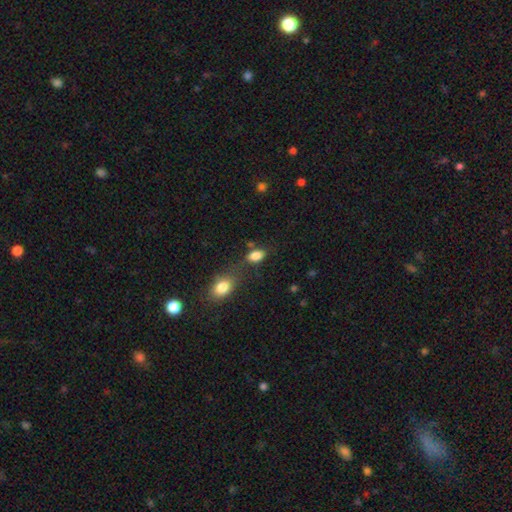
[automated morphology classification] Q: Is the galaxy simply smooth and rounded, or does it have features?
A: smooth — 85%.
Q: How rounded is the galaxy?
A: in between — 87%.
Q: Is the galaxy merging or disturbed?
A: none — 61%.